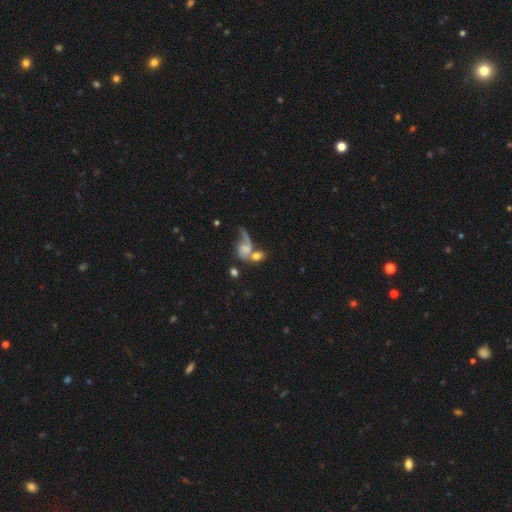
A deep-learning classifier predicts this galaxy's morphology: smooth_or_featured: smooth (p=0.56) [alt: featured or disk p=0.32]
how_rounded: in between (p=0.59) [alt: round p=0.37]
merging: merger (p=0.51) [alt: none p=0.23]